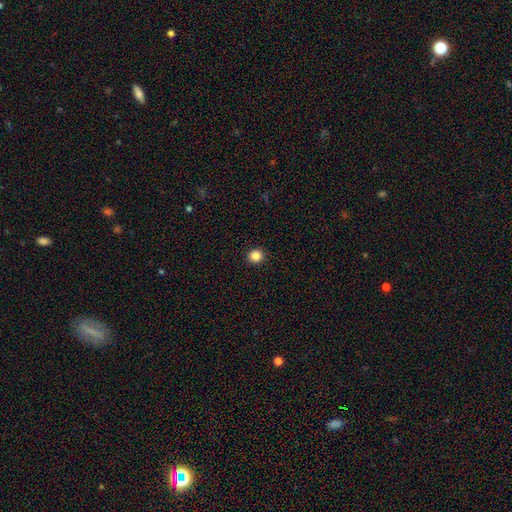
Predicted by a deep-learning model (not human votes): smooth_or_featured: smooth (p=0.85) [alt: star or artifact p=0.11]
how_rounded: round (p=0.90) [alt: in between p=0.09]
merging: none (p=0.93) [alt: minor disturbance p=0.05]